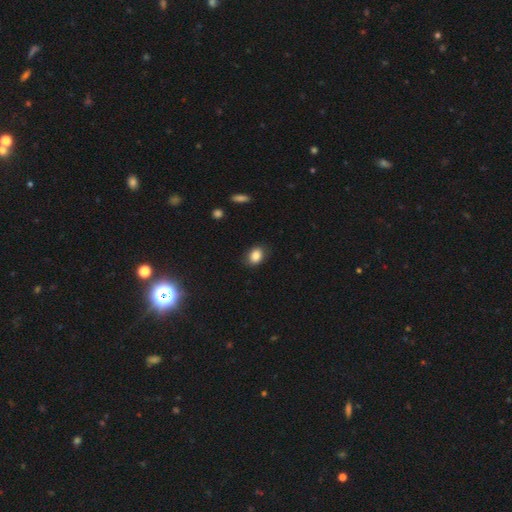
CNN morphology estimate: Smooth or featured?
  - smooth: 86% *
  - star or artifact: 9%
  - featured or disk: 5%
How rounded?
  - in between: 65% *
  - round: 34%
  - cigar-shaped: 1%
Merging?
  - none: 82% *
  - minor disturbance: 14%
  - major disturbance: 3%
  - merger: 1%